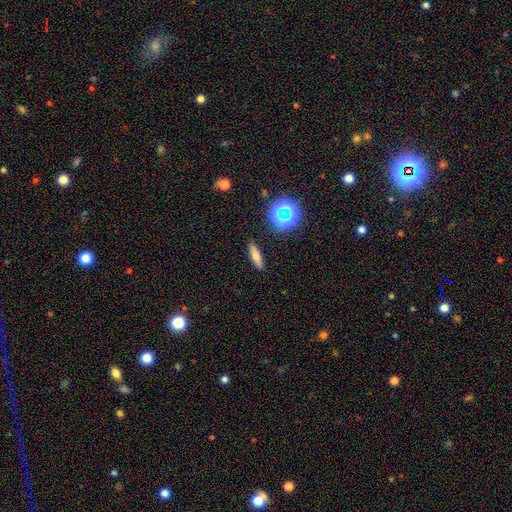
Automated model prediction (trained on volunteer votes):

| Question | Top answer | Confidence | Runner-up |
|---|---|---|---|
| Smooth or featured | smooth | 68% | featured or disk (18%) |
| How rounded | cigar-shaped | 62% | in between (32%) |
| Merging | none | 89% | minor disturbance (8%) |